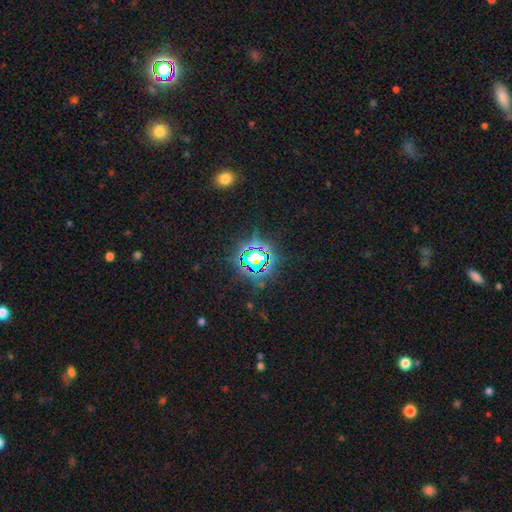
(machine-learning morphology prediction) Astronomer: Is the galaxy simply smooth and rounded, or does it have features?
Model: star or artifact — 77%.